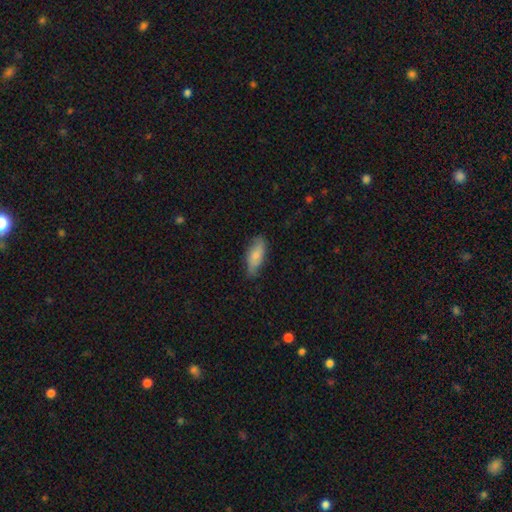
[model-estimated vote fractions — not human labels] Smooth or featured? Predicted: smooth (p=0.74). How rounded? Predicted: in between (p=0.74). Merging? Predicted: none (p=0.75).